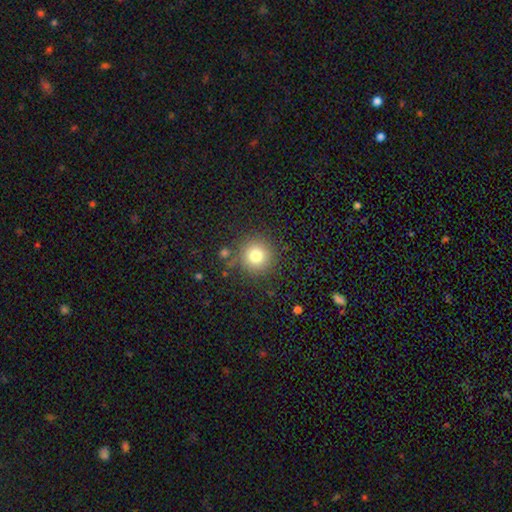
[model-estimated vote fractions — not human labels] smooth-or-featured: smooth: 78% | star or artifact: 13% | featured or disk: 9%
  how-rounded: round: 95% | in between: 4% | cigar-shaped: 1%
  merging: none: 85% | minor disturbance: 8% | major disturbance: 3% | merger: 3%